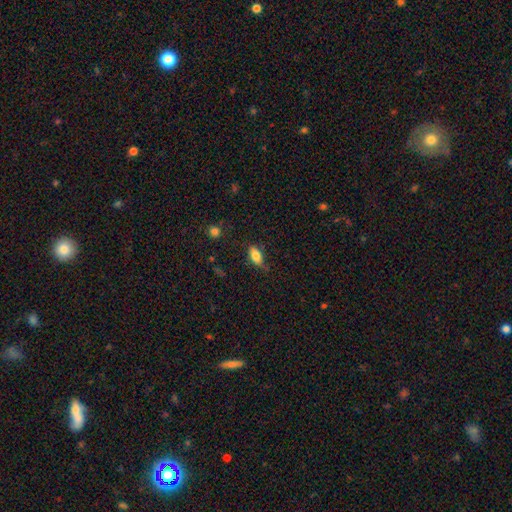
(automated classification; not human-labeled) Smooth or featured? smooth (82%)
How rounded? in between (89%)
Merging? none (72%)